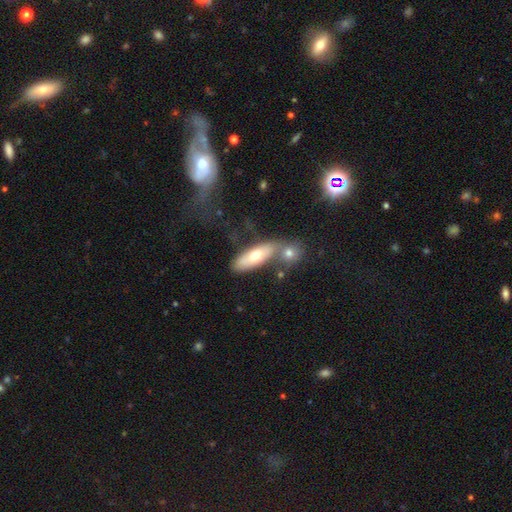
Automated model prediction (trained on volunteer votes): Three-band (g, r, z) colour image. It shows a smooth galaxy with no disk features (62%) that is in between round and cigar-shaped (69%). Merging: merger (42%).